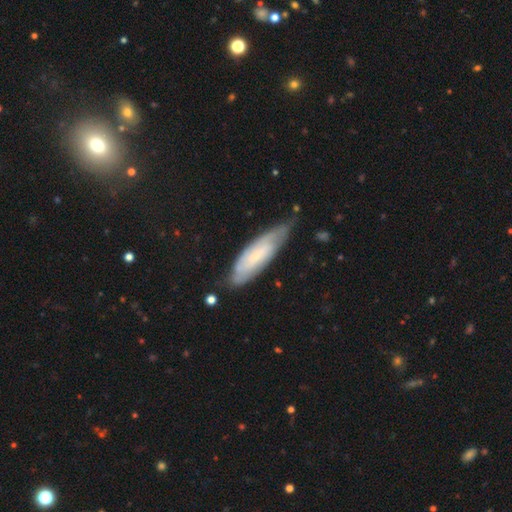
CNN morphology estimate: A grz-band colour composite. It shows a featured or disk galaxy (50%). Merging: none (60%).